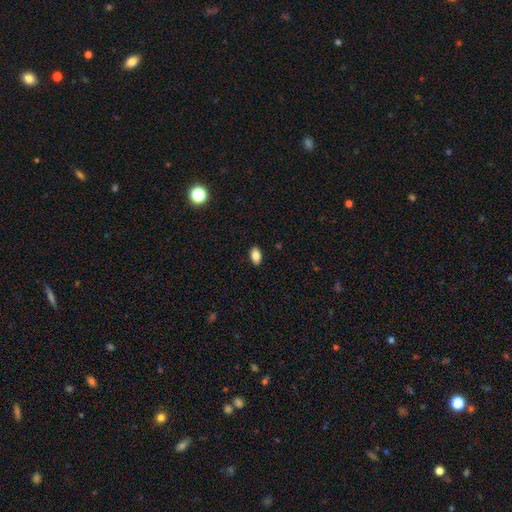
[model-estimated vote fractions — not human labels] Smooth or featured? smooth (86%)
How rounded? in between (90%)
Merging? none (89%)